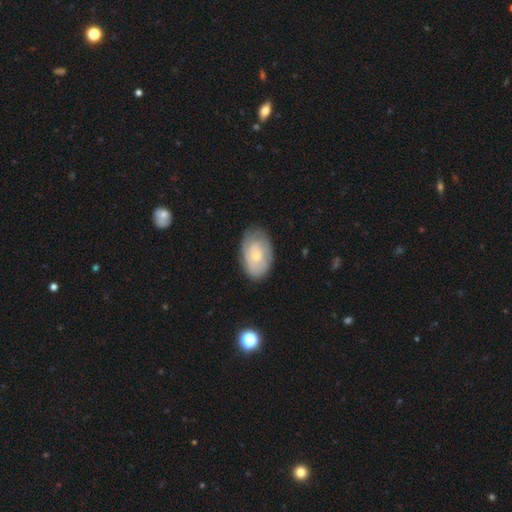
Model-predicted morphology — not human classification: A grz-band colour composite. It shows a smooth galaxy with no disk features (50%) that is in between round and cigar-shaped (90%). Merging: none (74%).